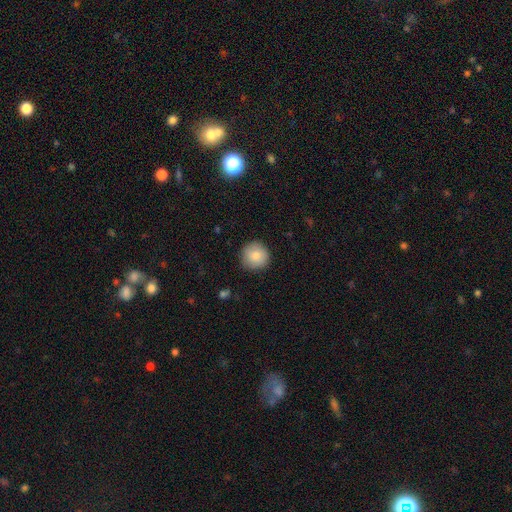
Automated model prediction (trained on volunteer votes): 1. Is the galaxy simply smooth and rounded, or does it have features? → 83% smooth, 9% featured or disk, 8% star or artifact.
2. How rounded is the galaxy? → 95% round, 4% in between, 1% cigar-shaped.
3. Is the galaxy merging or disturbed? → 88% none, 9% minor disturbance, 2% major disturbance, 1% merger.